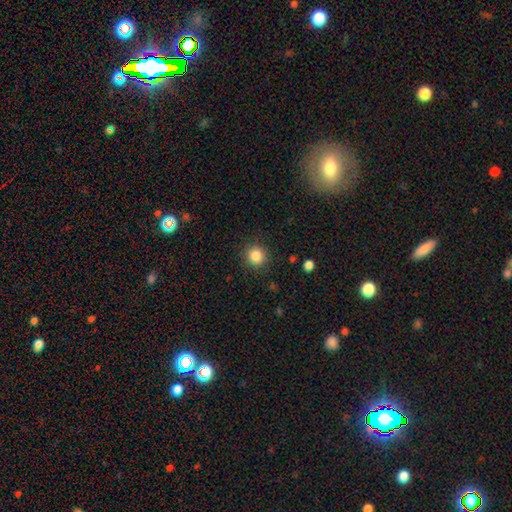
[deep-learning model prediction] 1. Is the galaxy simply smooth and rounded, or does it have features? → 85% smooth, 10% star or artifact, 5% featured or disk.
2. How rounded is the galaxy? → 91% round, 9% in between, 1% cigar-shaped.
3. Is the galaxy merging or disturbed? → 89% none, 7% minor disturbance, 3% major disturbance, 1% merger.